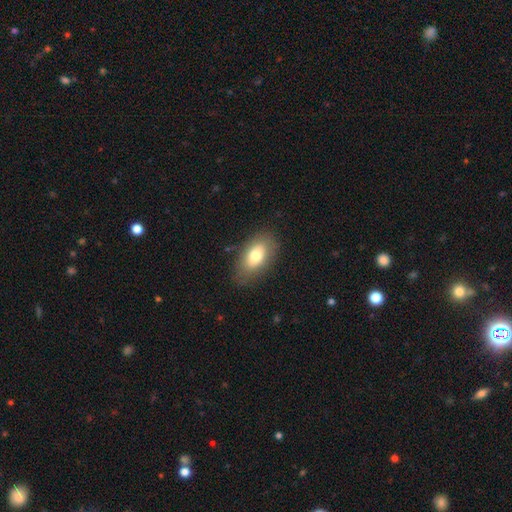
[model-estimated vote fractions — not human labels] A smooth galaxy with no disk features (72%) that is in between round and cigar-shaped (91%). Merging: none (80%).